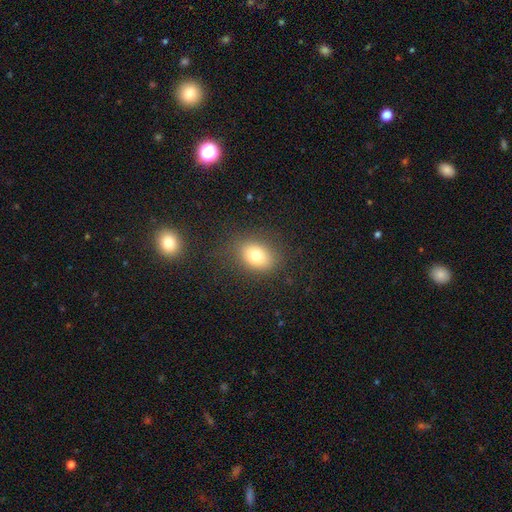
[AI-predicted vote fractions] Smooth or featured: smooth — 78% (star or artifact — 11%)
How rounded: in between — 69% (round — 30%)
Merging: none — 81% (minor disturbance — 12%)